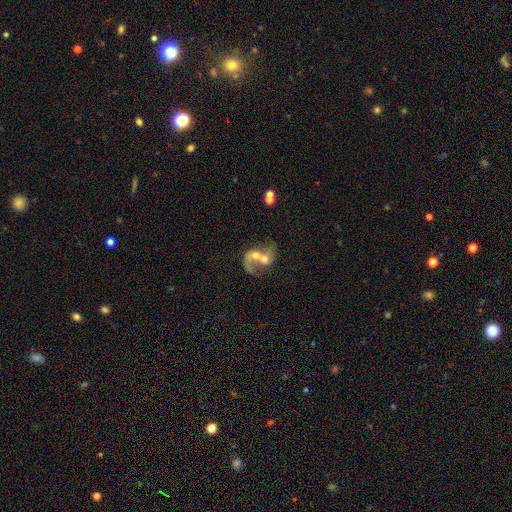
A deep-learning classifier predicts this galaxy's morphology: The model was most divided on "bulge size": moderate: 55%, small: 23%, large: 11%, none: 8%, dominant: 2%. More confident: edge-on disk — no (97%); merging — merger (75%); bar — no (71%); spiral arms — yes (70%); smooth or featured — featured or disk (65%).